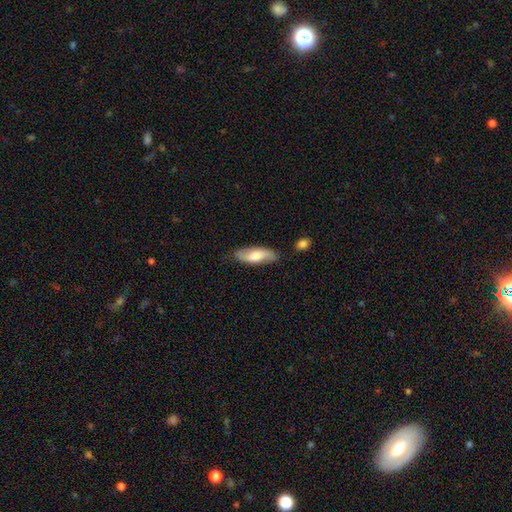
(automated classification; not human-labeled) smooth 55%, featured or disk 39%, star or artifact 6%. Down the decision tree: how rounded — in between (66%); merging — none (80%).